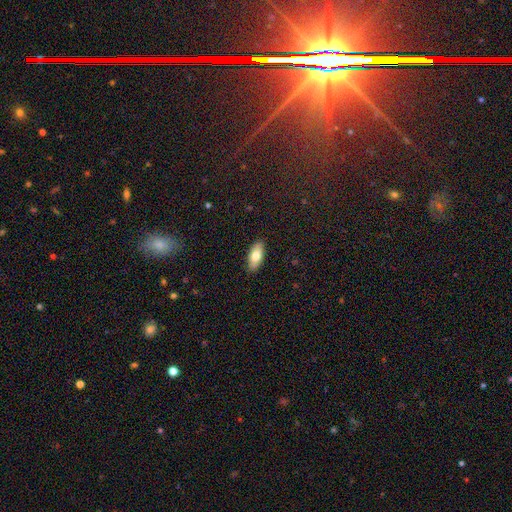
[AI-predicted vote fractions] Overall: smooth (77%). How rounded: in between (86%). Merging: none (88%).